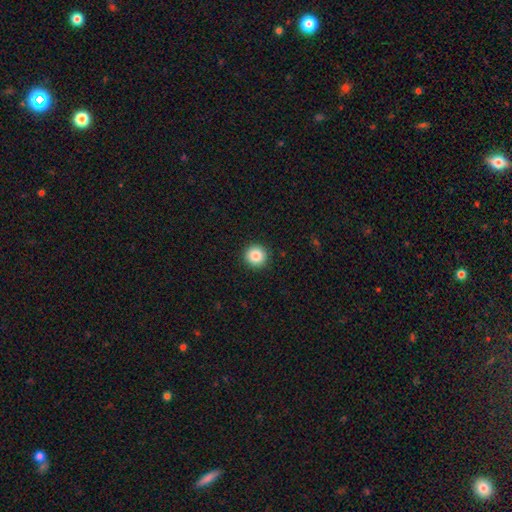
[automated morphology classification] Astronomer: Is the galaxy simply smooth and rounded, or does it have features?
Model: smooth — 86%.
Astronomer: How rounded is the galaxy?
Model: round — 95%.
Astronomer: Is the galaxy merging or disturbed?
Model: none — 93%.